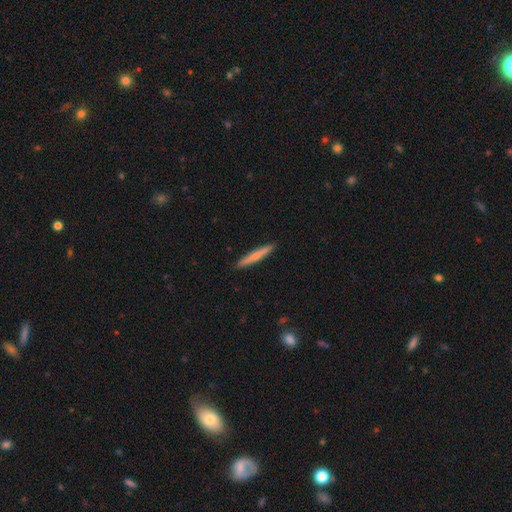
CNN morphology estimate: smooth-or-featured: smooth: 58% | featured or disk: 36% | star or artifact: 5%
  how-rounded: cigar-shaped: 95% | in between: 4% | round: 1%
  merging: none: 92% | minor disturbance: 6% | major disturbance: 1% | merger: 1%